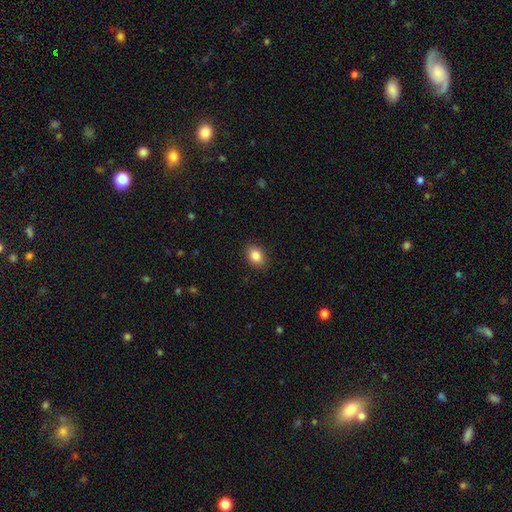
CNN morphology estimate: type=smooth (86%); roundness=in between (70%); merging=none (89%).